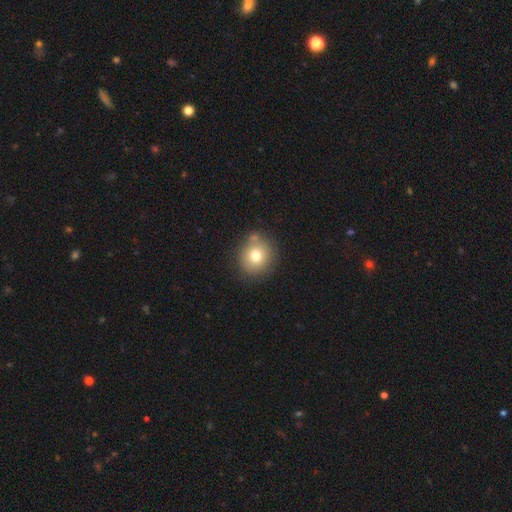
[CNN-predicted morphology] smooth 74%, featured or disk 14%, star or artifact 12%. Down the decision tree: how rounded — round (85%); merging — none (76%).